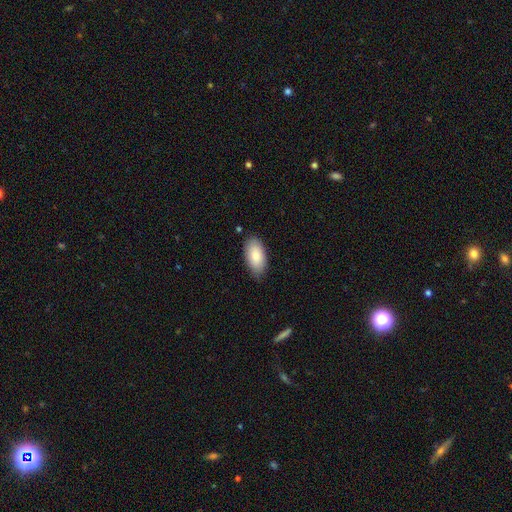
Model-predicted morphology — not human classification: Smooth or featured: smooth — 85% (featured or disk — 9%)
How rounded: in between — 95% (cigar-shaped — 3%)
Merging: none — 82% (minor disturbance — 14%)